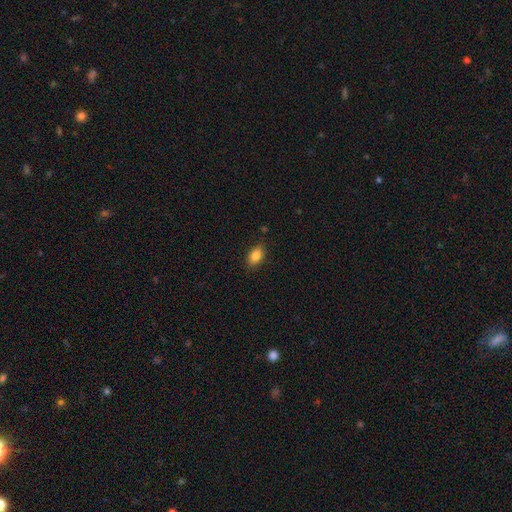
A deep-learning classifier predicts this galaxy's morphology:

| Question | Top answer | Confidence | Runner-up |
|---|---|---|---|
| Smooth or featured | smooth | 84% | star or artifact (8%) |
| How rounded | in between | 88% | round (8%) |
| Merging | none | 86% | minor disturbance (11%) |